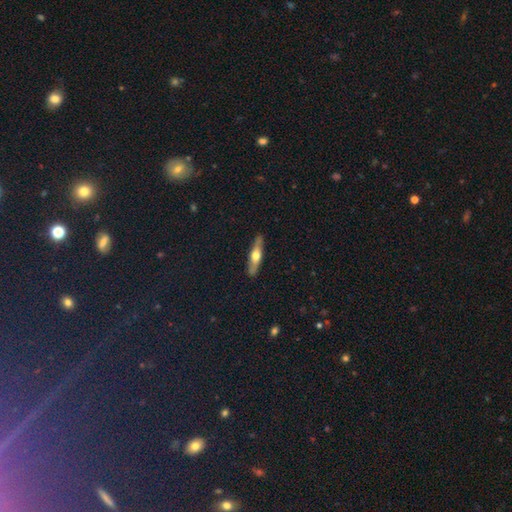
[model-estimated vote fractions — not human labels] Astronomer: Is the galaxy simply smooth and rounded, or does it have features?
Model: featured or disk — 53% (runner-up: smooth, 41%).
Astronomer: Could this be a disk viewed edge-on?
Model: yes — 88%.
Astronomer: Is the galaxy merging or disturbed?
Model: none — 89%.